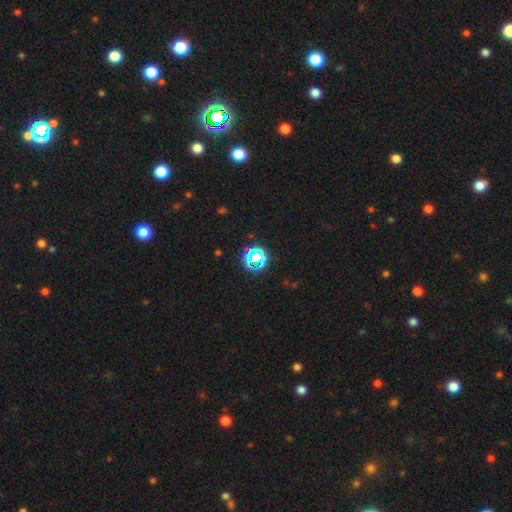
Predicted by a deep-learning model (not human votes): Morphology: type=star or artifact (66%).